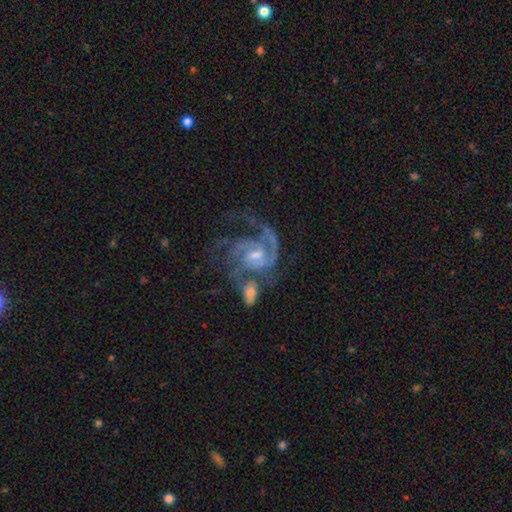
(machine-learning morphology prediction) The model was most divided on "bulge size": small: 46%, moderate: 45%, none: 5%, large: 3%, dominant: 1%. Remaining: edge-on disk — no (98%); spiral arms — yes (97%); smooth or featured — featured or disk (91%); spiral arm count — 2 (49%); bar — weak (48%); spiral winding — medium (45%); merging — none (33%).